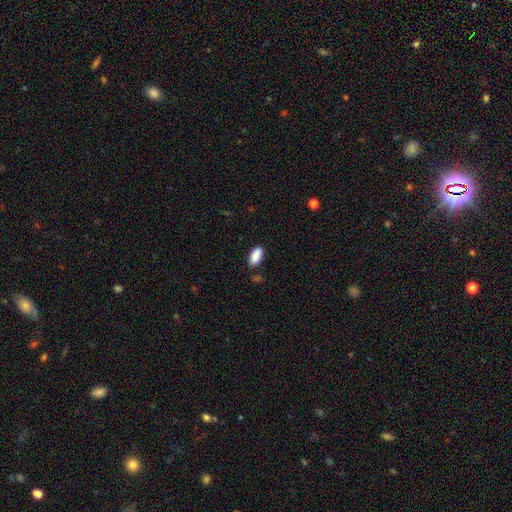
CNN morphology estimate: This appears to be a smooth galaxy with no disk features (90%) that is in between round and cigar-shaped (88%). Merging: none (83%).